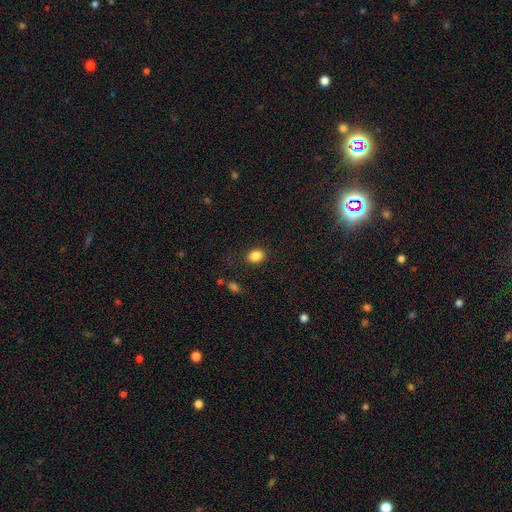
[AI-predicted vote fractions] Overall: smooth (85%). How rounded: in between (57%; round 42%). Merging: none (87%).